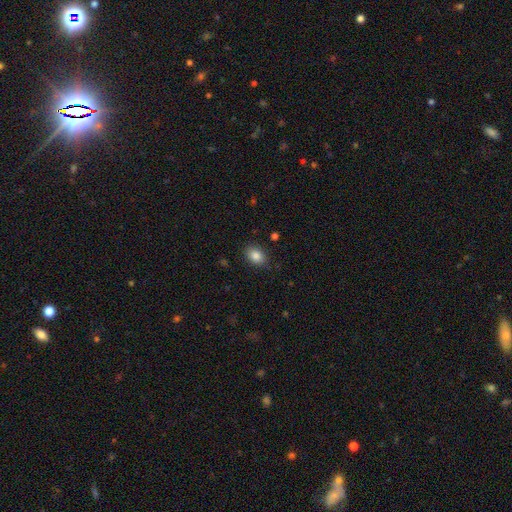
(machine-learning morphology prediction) Smooth or featured? Predicted: smooth (p=0.86). How rounded? Predicted: in between (p=0.73). Merging? Predicted: none (p=0.85).